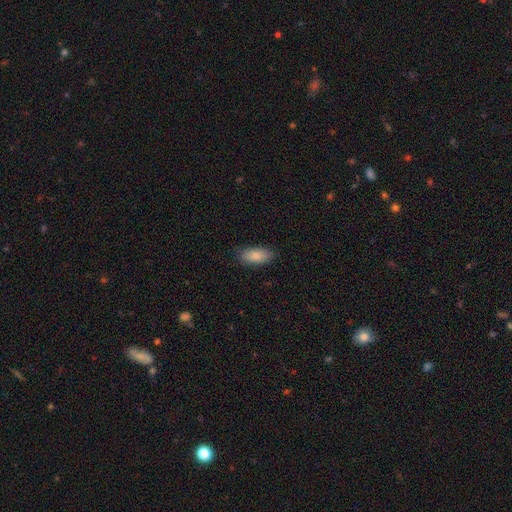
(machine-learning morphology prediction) Smooth or featured? smooth (86%)
How rounded? in between (86%)
Merging? none (85%)